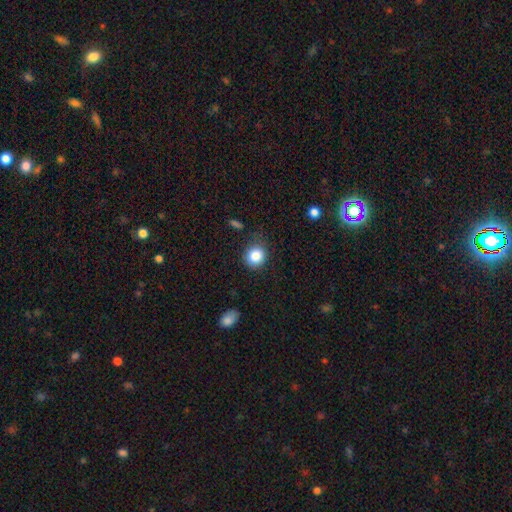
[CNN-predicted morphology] The model was most divided on "merging": none: 78%, minor disturbance: 15%, major disturbance: 4%, merger: 2%. More confident: smooth or featured — smooth (85%); how rounded — round (85%).